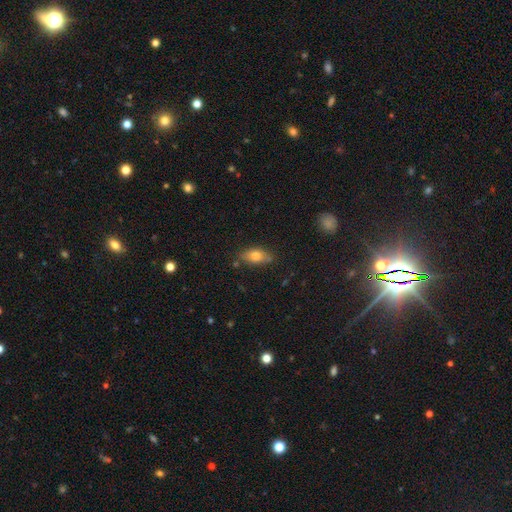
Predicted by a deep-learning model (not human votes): Smooth or featured?
  - smooth: 74% *
  - featured or disk: 17%
  - star or artifact: 9%
How rounded?
  - in between: 83% *
  - cigar-shaped: 10%
  - round: 7%
Merging?
  - none: 75% *
  - minor disturbance: 18%
  - major disturbance: 4%
  - merger: 4%